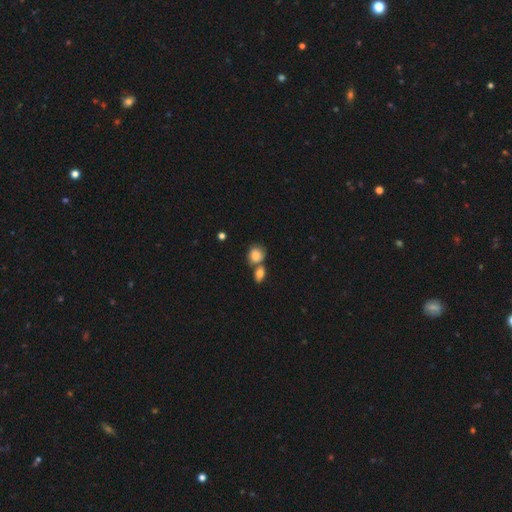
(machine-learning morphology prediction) This appears to be a smooth galaxy with no disk features (76%) that is round (73%). Merging: none (44%).